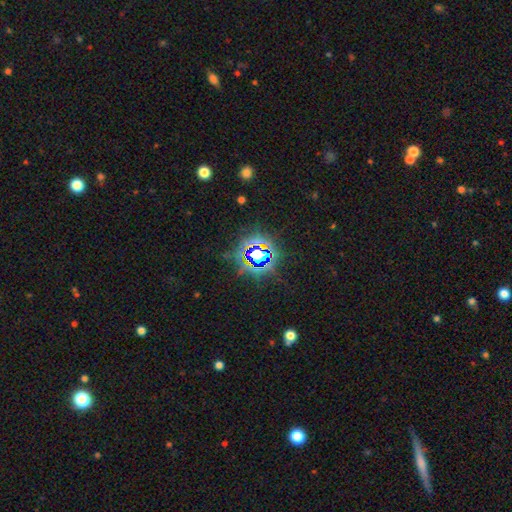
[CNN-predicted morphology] smooth_or_featured: star or artifact (p=0.77) [alt: smooth p=0.13]